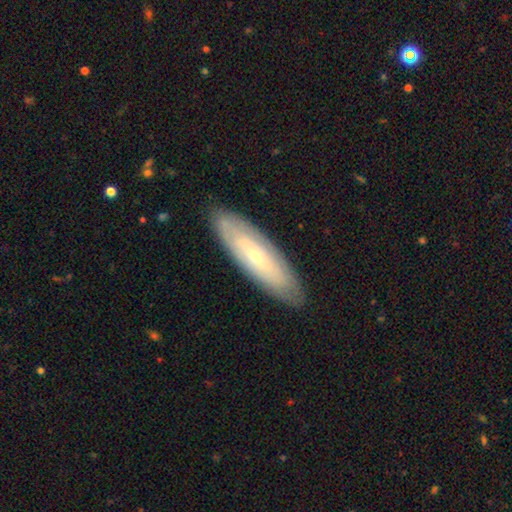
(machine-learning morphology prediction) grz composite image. It shows a featured or disk galaxy (53%). Merging: none (86%).